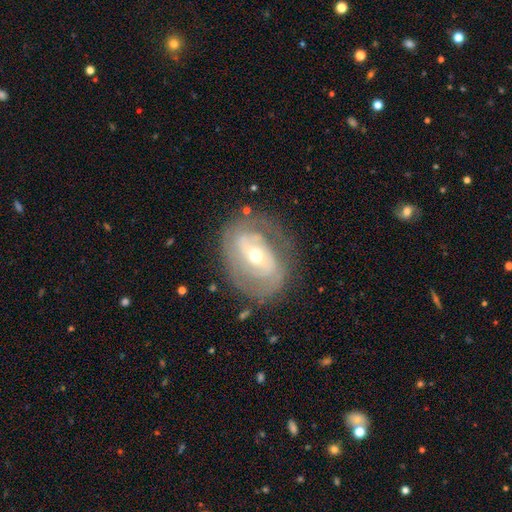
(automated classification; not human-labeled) This is likely a featured or disk galaxy (78%). It is clearly not viewed edge-on (95%). Bar: marginally no (40%). Spiral arm pattern: likely yes (78%). Spiral arm count: possibly 2 (57%). Spiral winding: possibly tight (52%). Central bulge: possibly moderate (58%). Merging: likely none (68%).